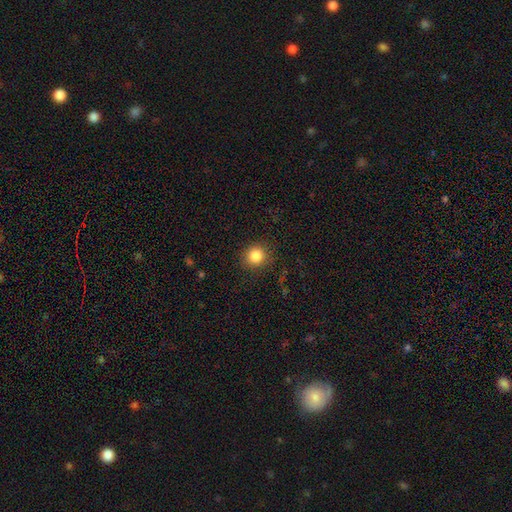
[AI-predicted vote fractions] Smooth or featured? Predicted: smooth (p=0.84). How rounded? Predicted: round (p=0.90). Merging? Predicted: none (p=0.89).